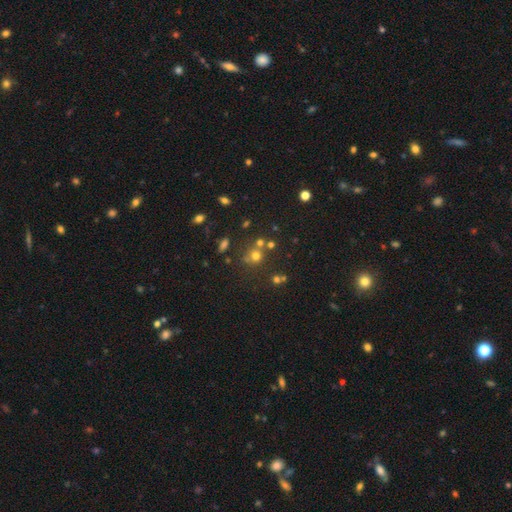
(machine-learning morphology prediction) Q: Smooth or featured?
A: smooth (61%); runner-up: star or artifact (27%)
Q: How rounded?
A: round (87%); runner-up: in between (12%)
Q: Merging?
A: none (63%); runner-up: merger (22%)